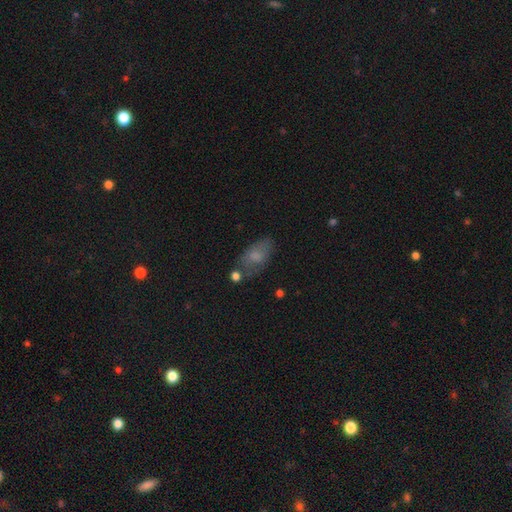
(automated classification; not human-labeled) smooth 67%, featured or disk 22%, star or artifact 11%. Down the decision tree: how rounded — in between (89%); merging — none (55%).